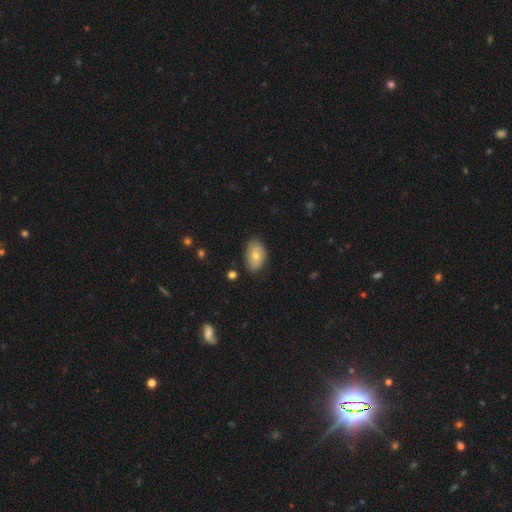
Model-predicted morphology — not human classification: Smooth or featured? smooth (67%)
How rounded? in between (87%)
Merging? none (75%)